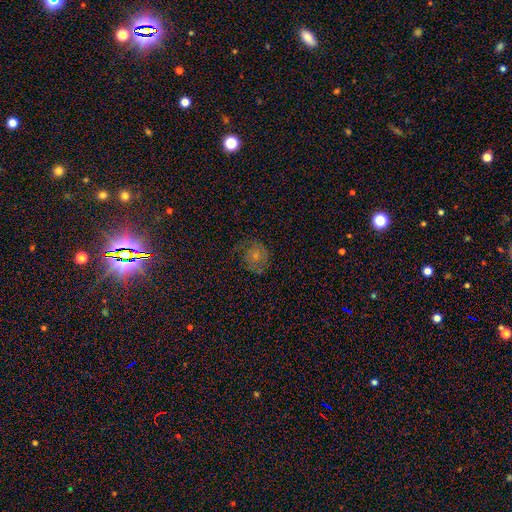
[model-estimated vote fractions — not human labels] This is possibly a smooth galaxy (49%). Merging: possibly none (59%).